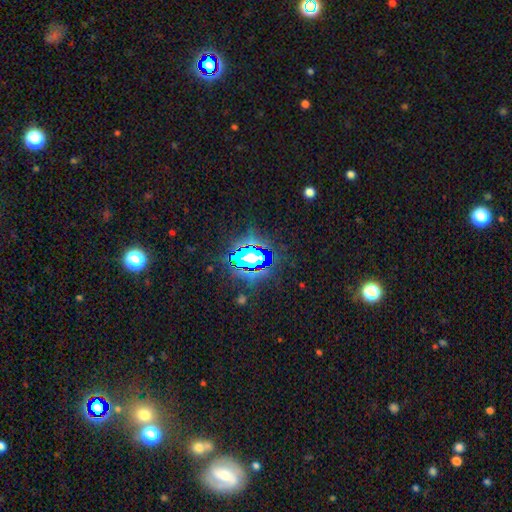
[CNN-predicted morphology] star or artifact 67%, smooth 20%, featured or disk 14%.